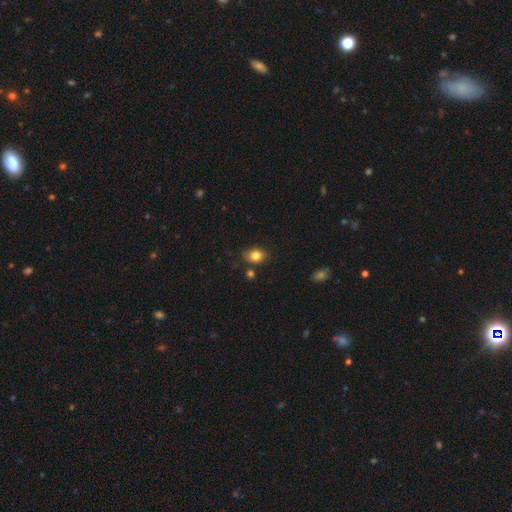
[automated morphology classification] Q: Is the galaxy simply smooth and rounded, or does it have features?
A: smooth — 82%.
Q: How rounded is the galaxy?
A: in between — 61%.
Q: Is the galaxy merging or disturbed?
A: none — 75%.